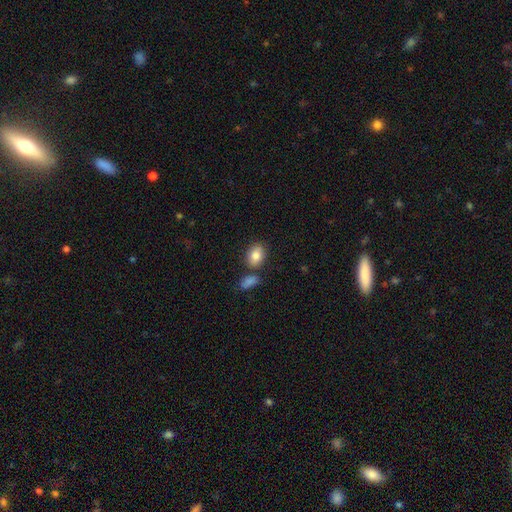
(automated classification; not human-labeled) smooth-or-featured: smooth: 84% | featured or disk: 8% | star or artifact: 8%
  how-rounded: in between: 74% | round: 24% | cigar-shaped: 1%
  merging: none: 70% | minor disturbance: 13% | merger: 13% | major disturbance: 4%